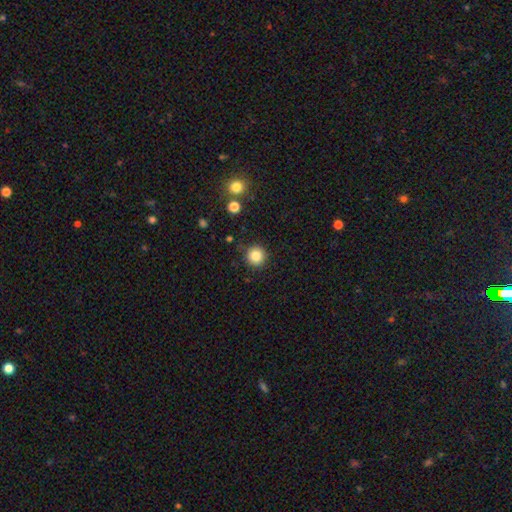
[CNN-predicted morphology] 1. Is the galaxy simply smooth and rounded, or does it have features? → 84% smooth, 11% star or artifact, 5% featured or disk.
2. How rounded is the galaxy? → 95% round, 4% in between, 1% cigar-shaped.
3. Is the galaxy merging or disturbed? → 89% none, 7% minor disturbance, 2% major disturbance, 2% merger.